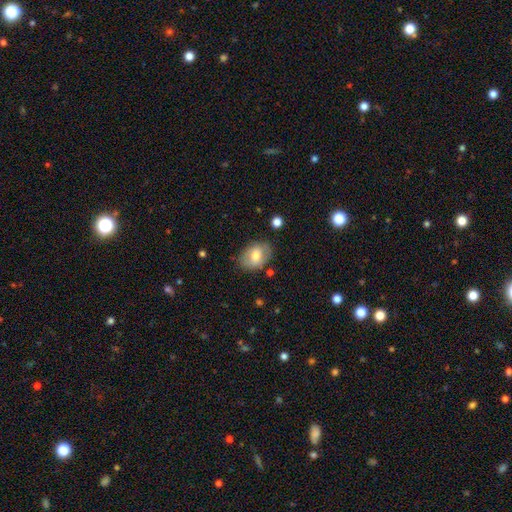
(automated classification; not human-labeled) Smooth or featured? Predicted: smooth (p=0.68). How rounded? Predicted: in between (p=0.75). Merging? Predicted: none (p=0.74).